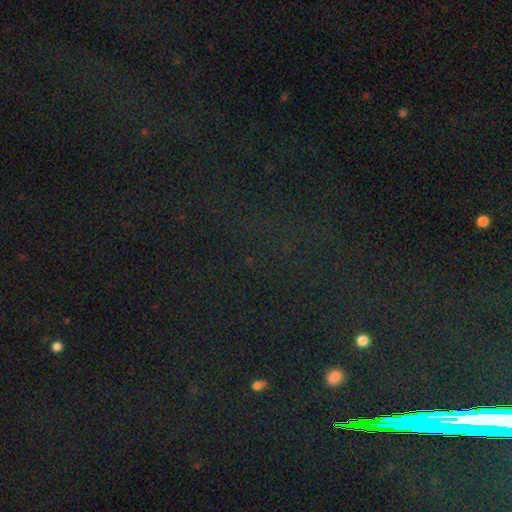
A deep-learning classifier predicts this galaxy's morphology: smooth_or_featured: star or artifact (p=0.81) [alt: smooth p=0.12]